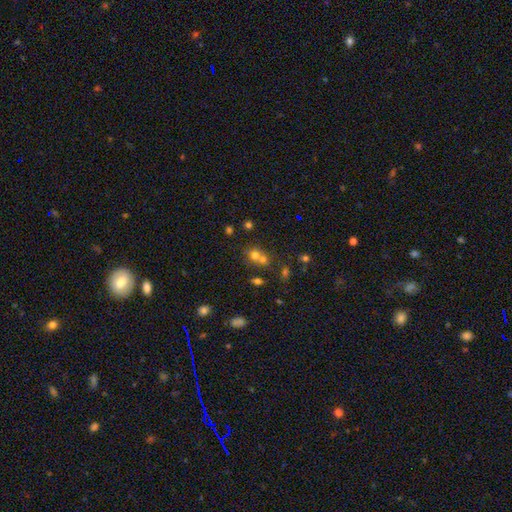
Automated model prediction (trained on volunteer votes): Smooth or featured: smooth — 63% (star or artifact — 22%)
How rounded: round — 75% (in between — 24%)
Merging: merger — 50% (none — 39%)